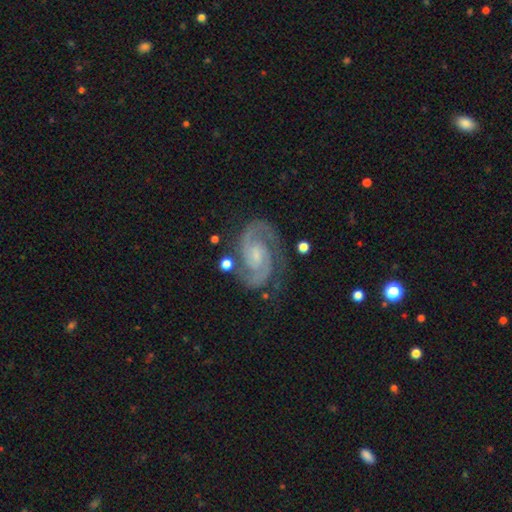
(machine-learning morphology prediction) A featured or disk galaxy (92%) with no bar (46%), 2 (92%) medium (49%) spiral arms (98%) and a small central bulge (61%). Merging: none (77%).